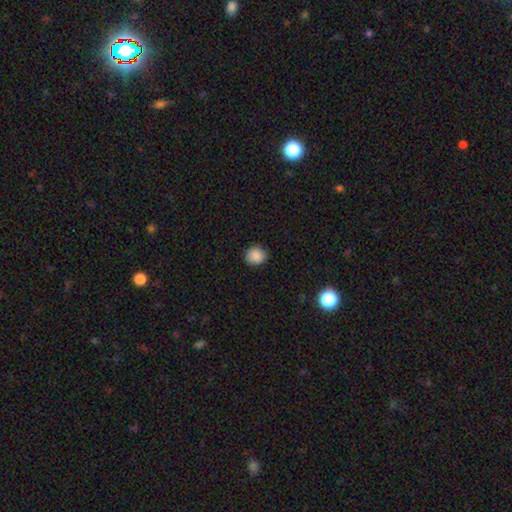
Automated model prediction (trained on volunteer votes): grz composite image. It shows a smooth galaxy with no disk features (88%) that is round (81%). Merging: none (87%).